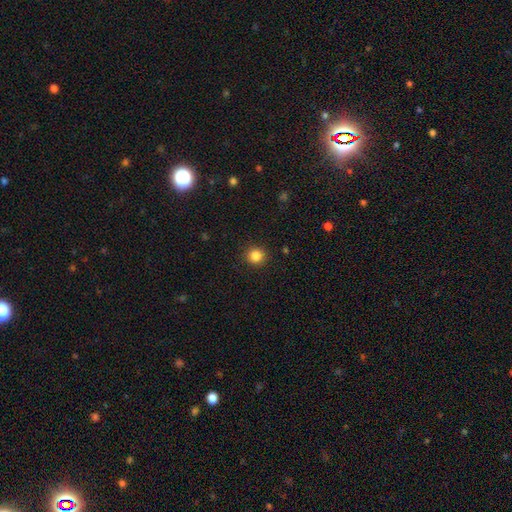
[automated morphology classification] Smooth or featured: smooth — 85% (star or artifact — 11%)
How rounded: round — 92% (in between — 7%)
Merging: none — 91% (minor disturbance — 6%)